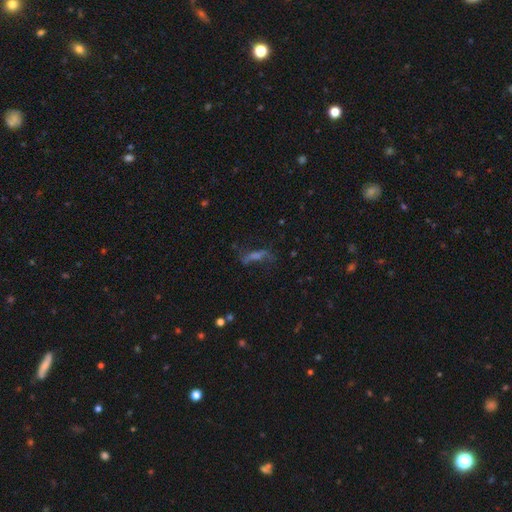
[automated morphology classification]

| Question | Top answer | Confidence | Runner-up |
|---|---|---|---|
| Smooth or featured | featured or disk | 47% | smooth (27%) |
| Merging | none | 55% | major disturbance (21%) |